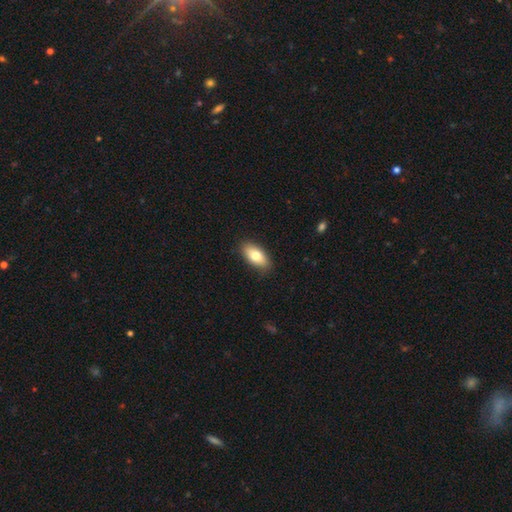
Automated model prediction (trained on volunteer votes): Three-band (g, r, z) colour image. It shows a smooth galaxy with no disk features (77%) that is in between round and cigar-shaped (90%). Merging: none (88%).